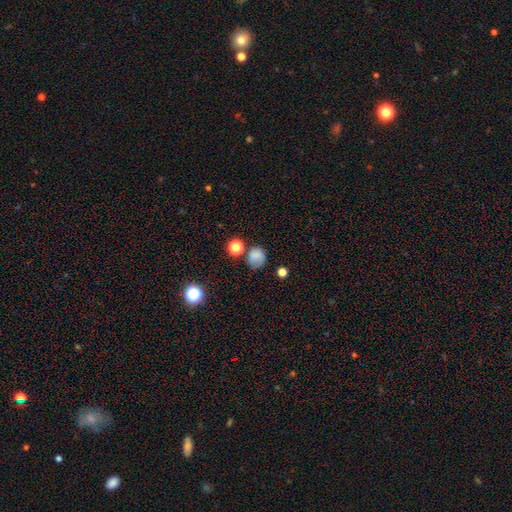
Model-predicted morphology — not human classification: This is likely a smooth galaxy (79%). How rounded: likely round (77%). Merging: likely none (63%).